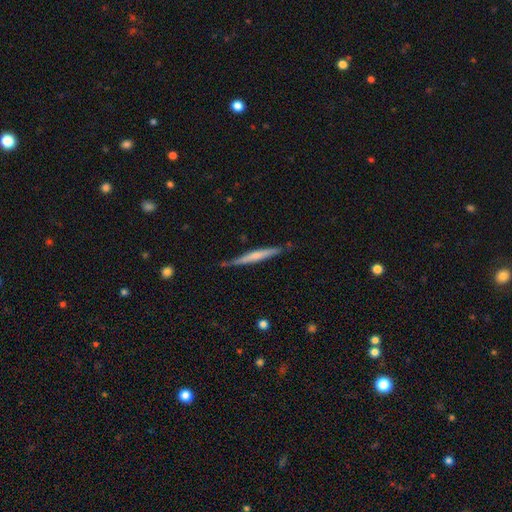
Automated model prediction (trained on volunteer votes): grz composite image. It shows a smooth galaxy with no disk features (48%). Merging: none (77%).